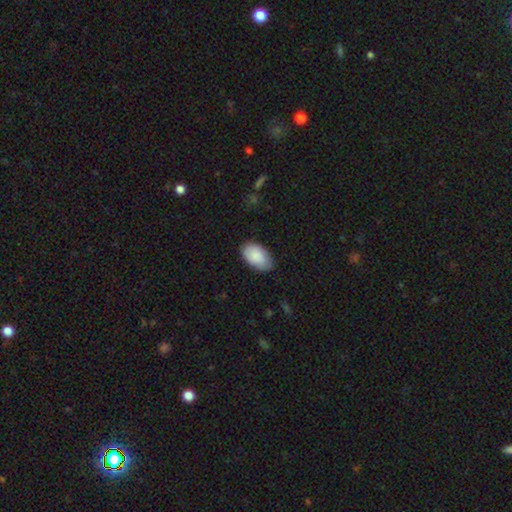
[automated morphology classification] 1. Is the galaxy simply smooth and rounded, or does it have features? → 88% smooth, 6% featured or disk, 5% star or artifact.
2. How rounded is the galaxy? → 96% in between, 3% round, 1% cigar-shaped.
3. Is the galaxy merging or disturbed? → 83% none, 14% minor disturbance, 2% major disturbance, 1% merger.